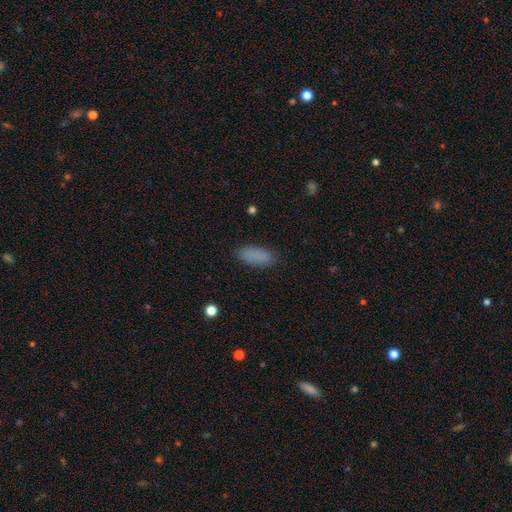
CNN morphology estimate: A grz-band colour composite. It shows a smooth galaxy with no disk features (86%) that is in between round and cigar-shaped (81%). Merging: none (84%).